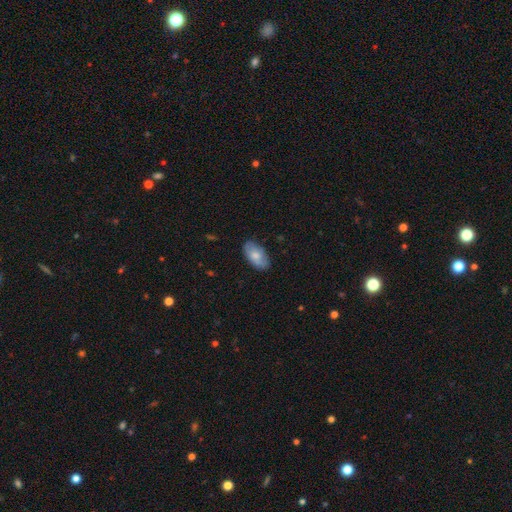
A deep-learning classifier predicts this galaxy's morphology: Q: Smooth or featured?
A: smooth (72%); runner-up: featured or disk (22%)
Q: How rounded?
A: in between (94%); runner-up: round (3%)
Q: Merging?
A: none (80%); runner-up: minor disturbance (16%)